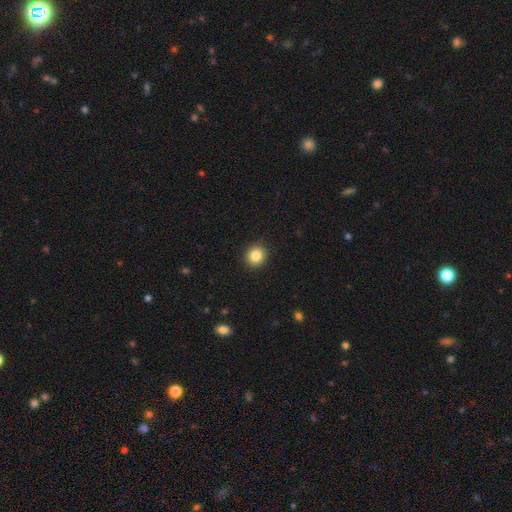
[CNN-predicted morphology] Q: Smooth or featured?
A: smooth (85%); runner-up: star or artifact (10%)
Q: How rounded?
A: round (88%); runner-up: in between (11%)
Q: Merging?
A: none (91%); runner-up: minor disturbance (7%)